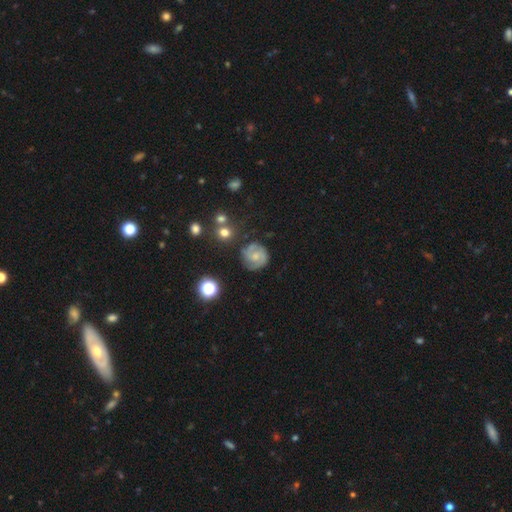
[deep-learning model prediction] Smooth or featured? featured or disk (72%)
Edge-on disk? no (98%)
Bar? no (60%)
Spiral arms? yes (94%)
Spiral winding? tight (49%)
Spiral arm count? 2 (62%)
Bulge size? small (48%)
Merging? none (74%)